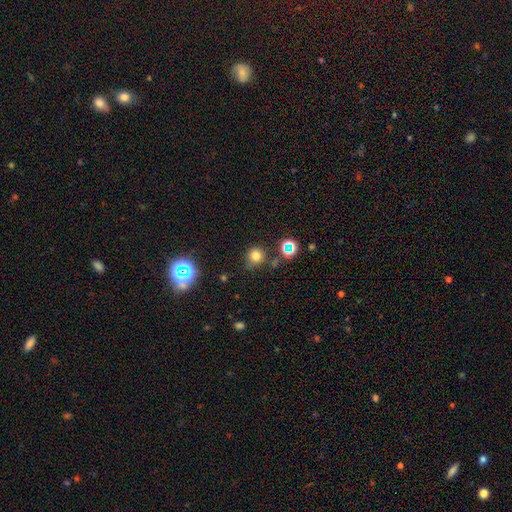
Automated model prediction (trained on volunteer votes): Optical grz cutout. It shows a smooth galaxy with no disk features (73%) that is round (89%). Merging: none (74%).